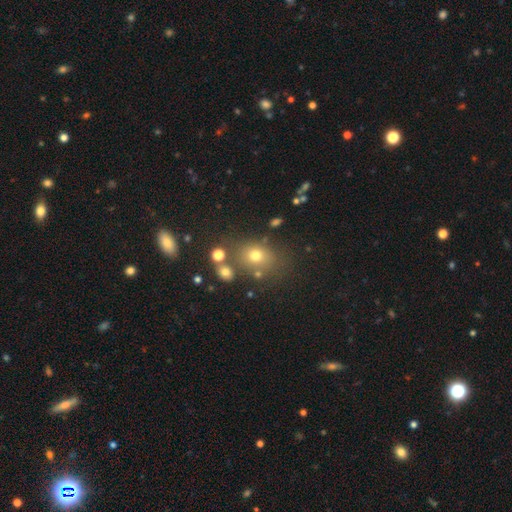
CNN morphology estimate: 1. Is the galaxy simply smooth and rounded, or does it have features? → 67% smooth, 20% star or artifact, 13% featured or disk.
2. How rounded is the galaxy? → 52% round, 46% in between, 1% cigar-shaped.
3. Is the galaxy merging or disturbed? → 70% none, 13% minor disturbance, 12% merger, 6% major disturbance.